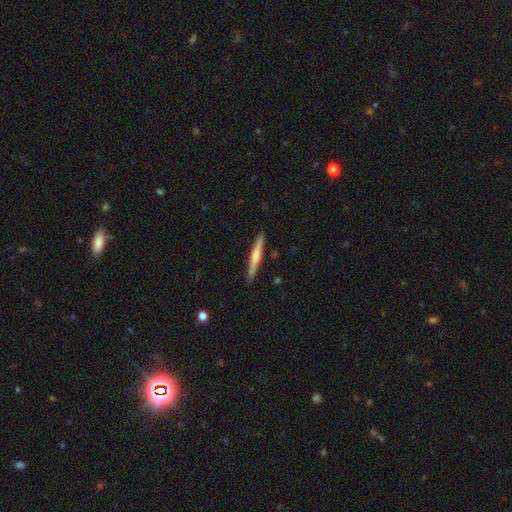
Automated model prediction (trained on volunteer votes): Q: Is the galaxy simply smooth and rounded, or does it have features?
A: smooth — 54%.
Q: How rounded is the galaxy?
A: cigar-shaped — 96%.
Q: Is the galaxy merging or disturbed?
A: none — 90%.